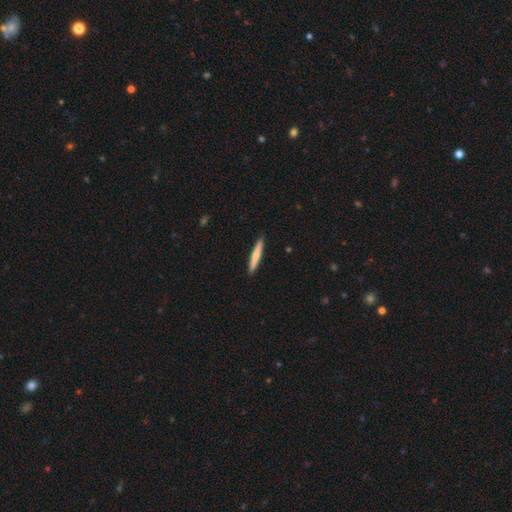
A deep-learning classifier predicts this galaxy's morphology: Smooth or featured?
  - smooth: 59% *
  - featured or disk: 35%
  - star or artifact: 5%
How rounded?
  - cigar-shaped: 94% *
  - in between: 4%
  - round: 1%
Merging?
  - none: 92% *
  - minor disturbance: 6%
  - major disturbance: 1%
  - merger: 1%